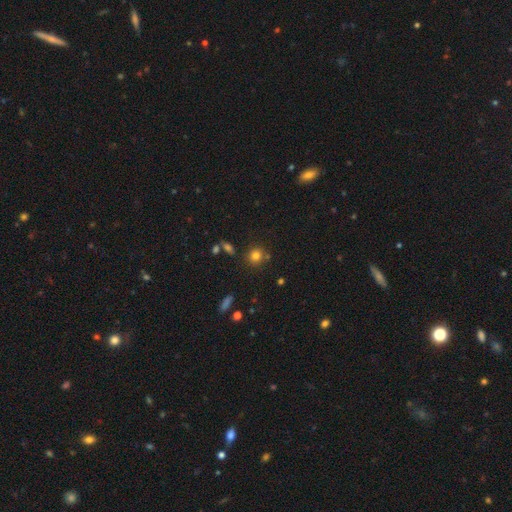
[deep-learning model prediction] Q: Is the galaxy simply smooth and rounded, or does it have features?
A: smooth — 78%.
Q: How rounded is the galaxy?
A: round — 85%.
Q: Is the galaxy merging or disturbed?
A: none — 77%.